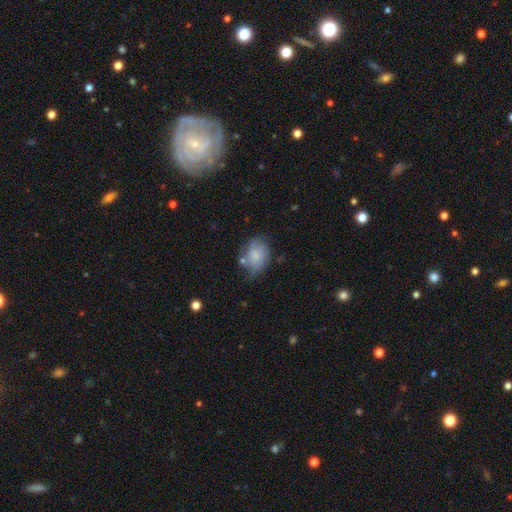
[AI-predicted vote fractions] A smooth galaxy with no disk features (68%) that is in between round and cigar-shaped (63%).

Vote fractions:
- Smooth or featured? smooth: 68% / featured or disk: 24% / star or artifact: 8%
- How rounded? in between: 63% / round: 36% / cigar-shaped: 1%
- Merging? none: 46% / minor disturbance: 33% / major disturbance: 12% / merger: 8%